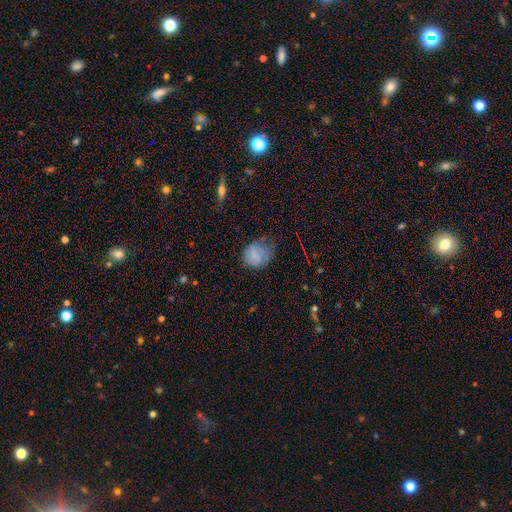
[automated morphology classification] type=smooth (69%); roundness=round (64%); merging=none (43%).